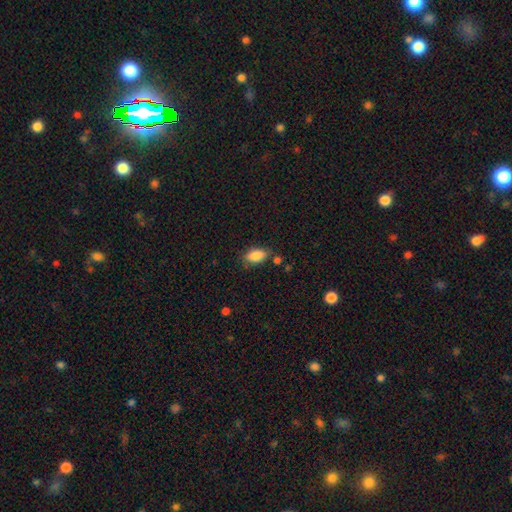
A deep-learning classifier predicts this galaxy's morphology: The model was most divided on "merging": none: 75%, minor disturbance: 17%, merger: 5%, major disturbance: 4%. More confident: how rounded — in between (90%); smooth or featured — smooth (86%).